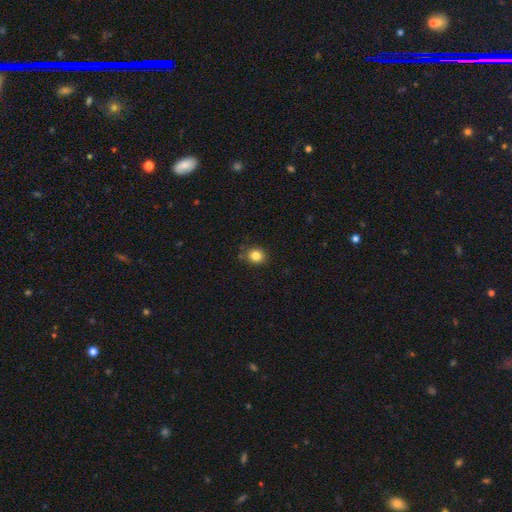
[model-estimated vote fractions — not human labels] This appears to be a smooth galaxy with no disk features (83%) that is round (74%). Merging: none (82%).